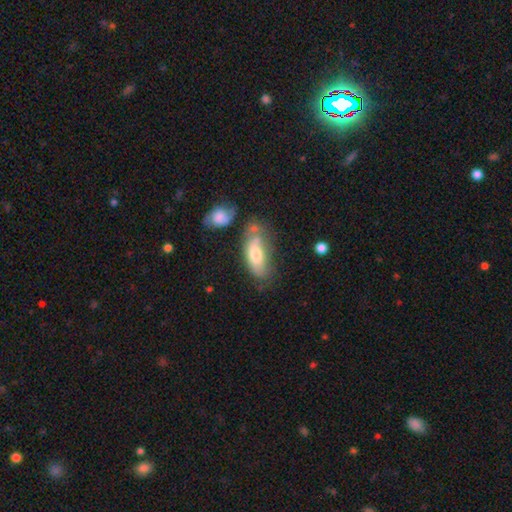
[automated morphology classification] Smooth or featured: smooth — 66% (featured or disk — 27%)
How rounded: in between — 84% (cigar-shaped — 13%)
Merging: none — 38% (minor disturbance — 25%)